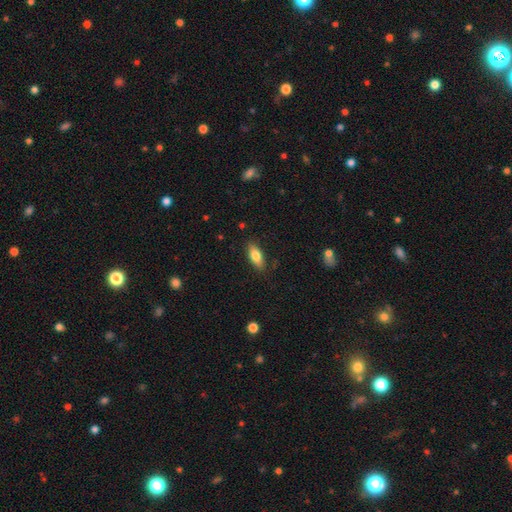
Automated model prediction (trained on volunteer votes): smooth 77%, featured or disk 16%, star or artifact 7%. Down the decision tree: how rounded — in between (76%); merging — none (86%).